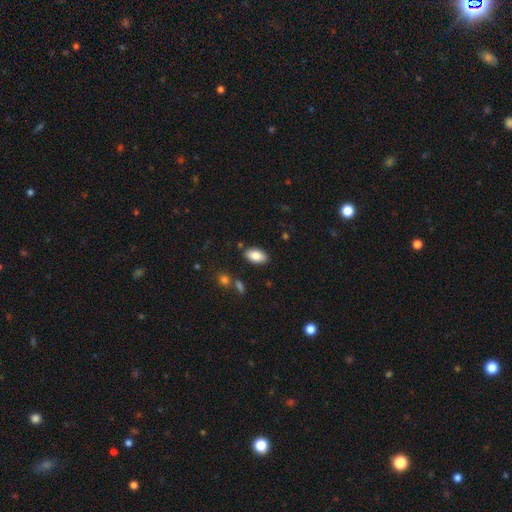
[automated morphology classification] Overall: smooth (85%). How rounded: in between (94%). Merging: none (85%).